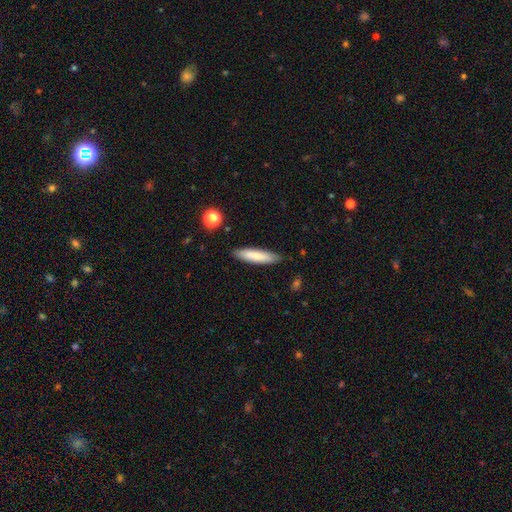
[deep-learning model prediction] Overall: smooth (75%). How rounded: cigar-shaped (80%). Merging: none (88%).